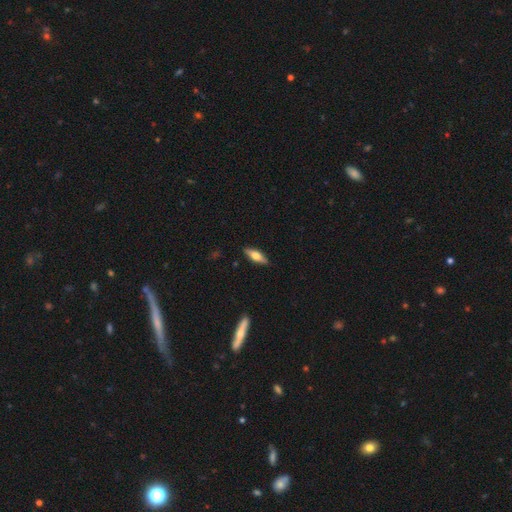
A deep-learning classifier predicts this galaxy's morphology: Overall: smooth (56%; featured or disk 38%). How rounded: in between (55%; cigar-shaped 42%). Merging: none (87%).